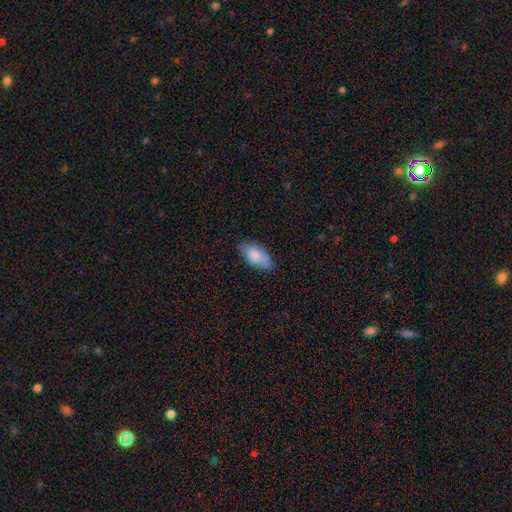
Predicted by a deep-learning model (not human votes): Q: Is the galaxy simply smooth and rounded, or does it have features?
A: smooth — 82%.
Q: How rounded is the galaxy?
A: in between — 92%.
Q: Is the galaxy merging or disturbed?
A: none — 74%.